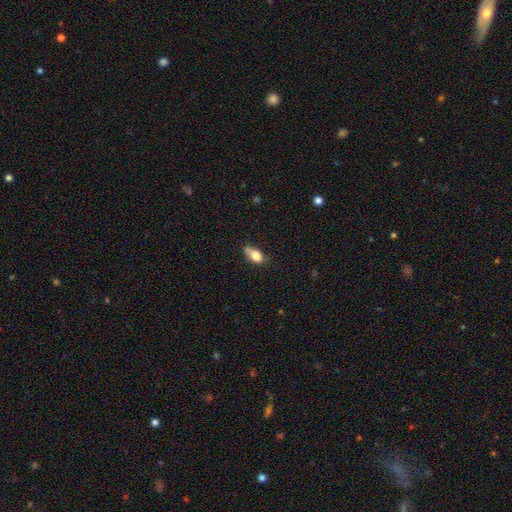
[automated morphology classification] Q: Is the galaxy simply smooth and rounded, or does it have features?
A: smooth — 76%.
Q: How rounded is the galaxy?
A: in between — 80%.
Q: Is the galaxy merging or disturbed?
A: none — 43%.